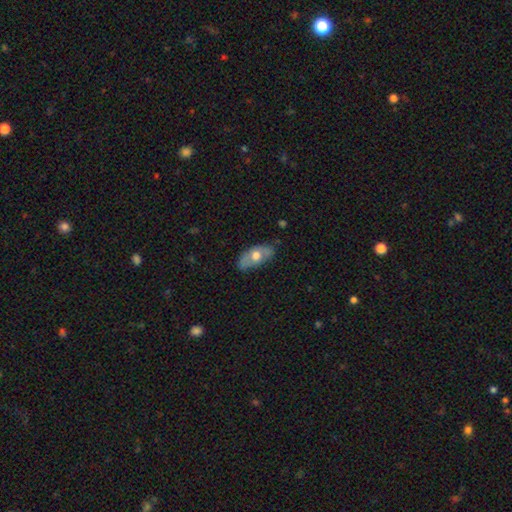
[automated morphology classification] Overall: smooth (55%; featured or disk 39%). How rounded: in between (89%). Merging: none (74%).